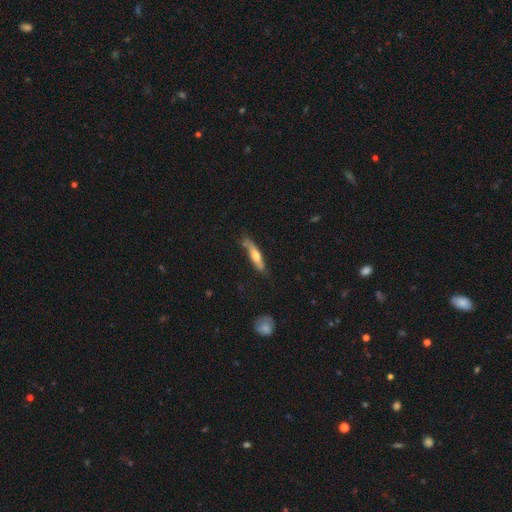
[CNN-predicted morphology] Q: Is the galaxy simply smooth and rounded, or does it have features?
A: smooth — 54%.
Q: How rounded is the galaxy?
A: cigar-shaped — 83%.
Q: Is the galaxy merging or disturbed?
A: none — 66%.